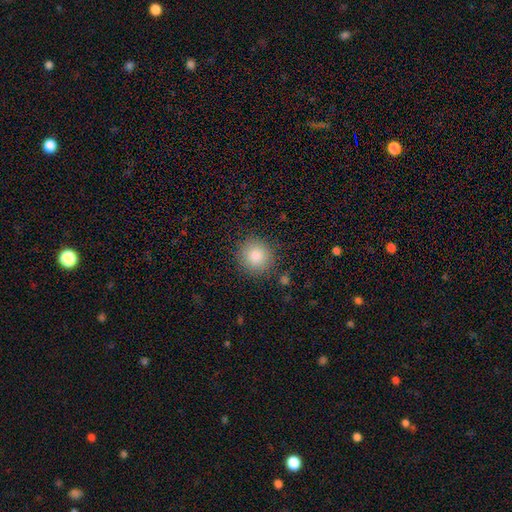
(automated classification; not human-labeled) Smooth or featured?
  - smooth: 85% *
  - star or artifact: 10%
  - featured or disk: 6%
How rounded?
  - round: 92% *
  - in between: 7%
  - cigar-shaped: 1%
Merging?
  - none: 89% *
  - minor disturbance: 7%
  - major disturbance: 2%
  - merger: 1%